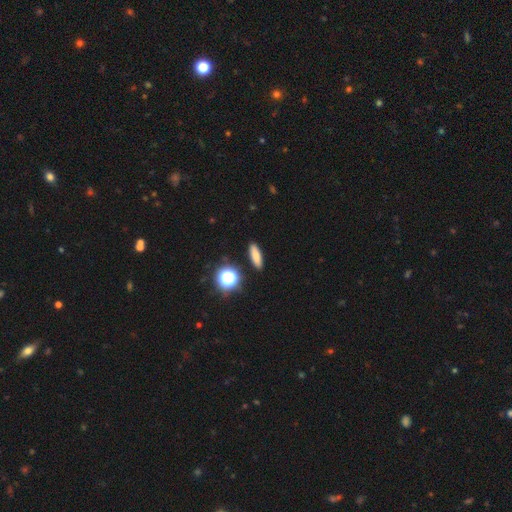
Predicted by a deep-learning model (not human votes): This appears to be a smooth galaxy with no disk features (78%) that is cigar-shaped (54%). Merging: none (90%).